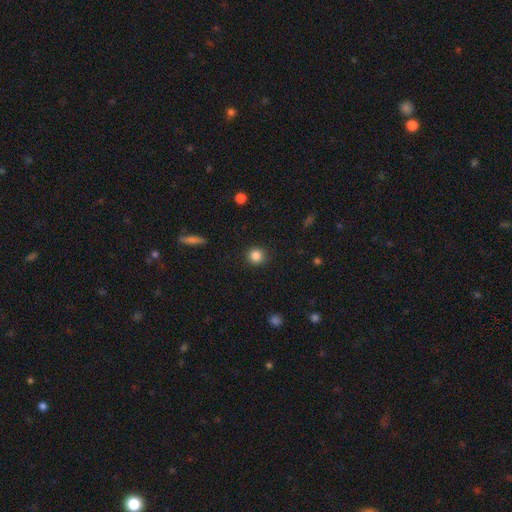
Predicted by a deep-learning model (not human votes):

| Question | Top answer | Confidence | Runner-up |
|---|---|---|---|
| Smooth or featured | smooth | 85% | star or artifact (11%) |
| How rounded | round | 92% | in between (7%) |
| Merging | none | 89% | minor disturbance (7%) |